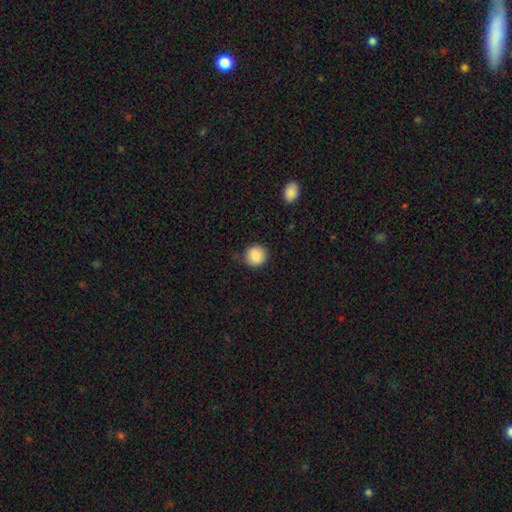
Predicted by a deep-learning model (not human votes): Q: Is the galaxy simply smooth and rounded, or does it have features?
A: smooth — 87%.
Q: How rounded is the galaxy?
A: round — 89%.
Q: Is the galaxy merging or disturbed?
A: none — 78%.